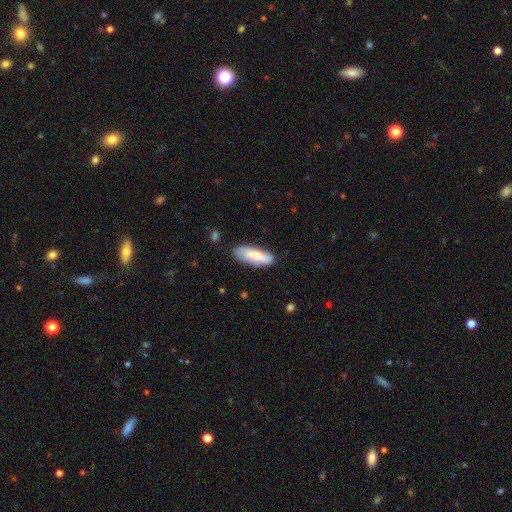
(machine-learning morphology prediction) Smooth or featured: smooth — 64% (featured or disk — 29%)
How rounded: in between — 59% (cigar-shaped — 40%)
Merging: none — 74% (minor disturbance — 19%)